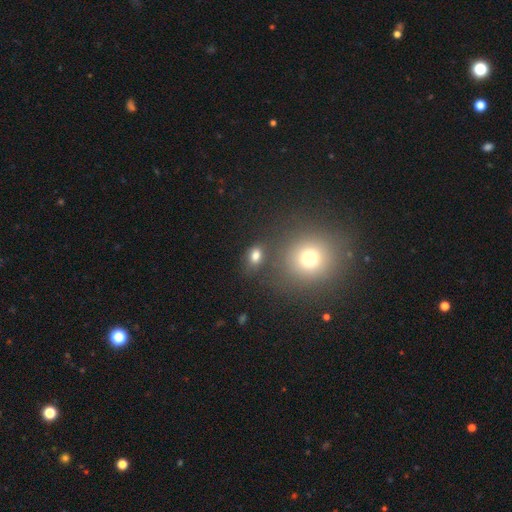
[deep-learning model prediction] smooth-or-featured: smooth: 77% | star or artifact: 15% | featured or disk: 8%
  how-rounded: in between: 67% | round: 31% | cigar-shaped: 2%
  merging: none: 67% | merger: 14% | minor disturbance: 14% | major disturbance: 6%